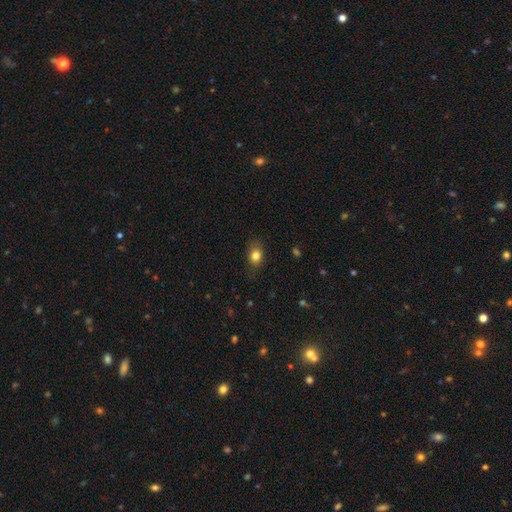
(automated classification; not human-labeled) This appears to be a smooth galaxy with no disk features (81%) that is in between round and cigar-shaped (65%). Merging: none (79%).